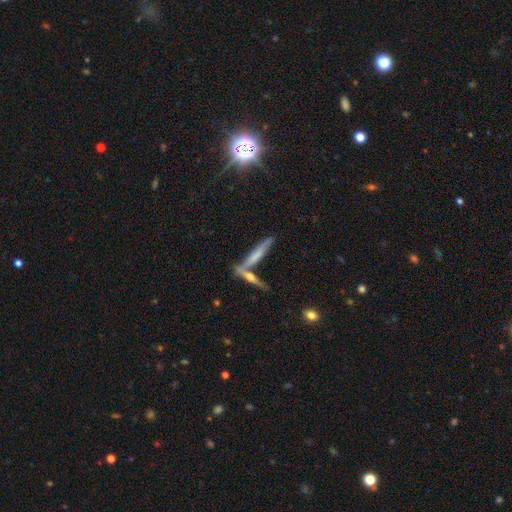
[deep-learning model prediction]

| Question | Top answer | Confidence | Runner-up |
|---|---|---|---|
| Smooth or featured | smooth | 48% | featured or disk (45%) |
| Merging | none | 60% | merger (26%) |